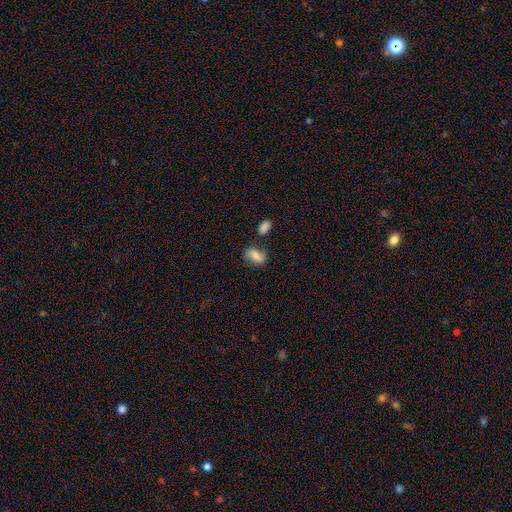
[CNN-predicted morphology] Smooth or featured?
  - smooth: 76% *
  - featured or disk: 15%
  - star or artifact: 9%
How rounded?
  - in between: 85% *
  - round: 12%
  - cigar-shaped: 3%
Merging?
  - none: 65% *
  - minor disturbance: 19%
  - merger: 11%
  - major disturbance: 6%